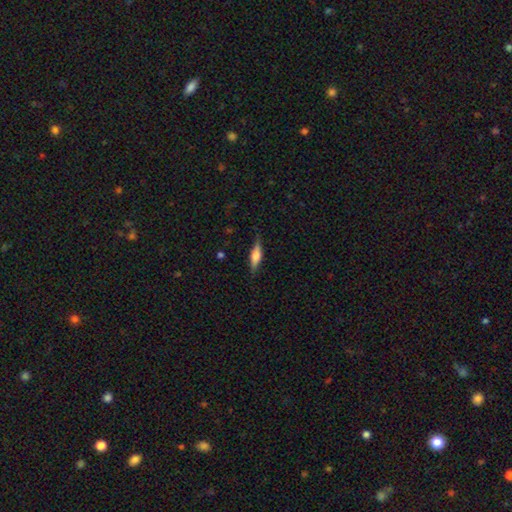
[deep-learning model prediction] Overall: smooth (51%; featured or disk 42%). How rounded: cigar-shaped (57%; in between 40%). Merging: none (81%).